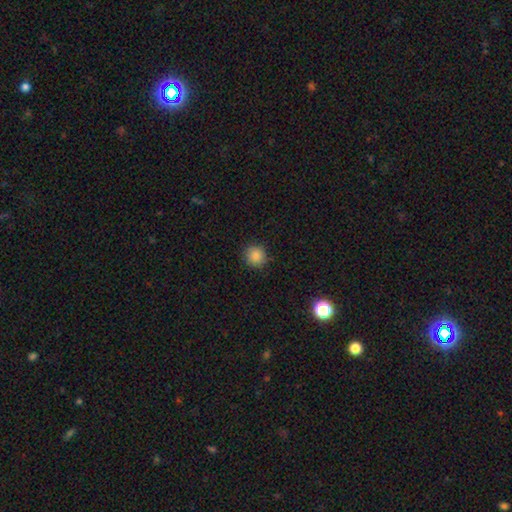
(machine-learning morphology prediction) A smooth galaxy with no disk features (84%) that is round (93%).

Vote fractions:
- Smooth or featured? smooth: 84% / star or artifact: 11% / featured or disk: 5%
- How rounded? round: 93% / in between: 6% / cigar-shaped: 1%
- Merging? none: 89% / minor disturbance: 8% / major disturbance: 2% / merger: 1%